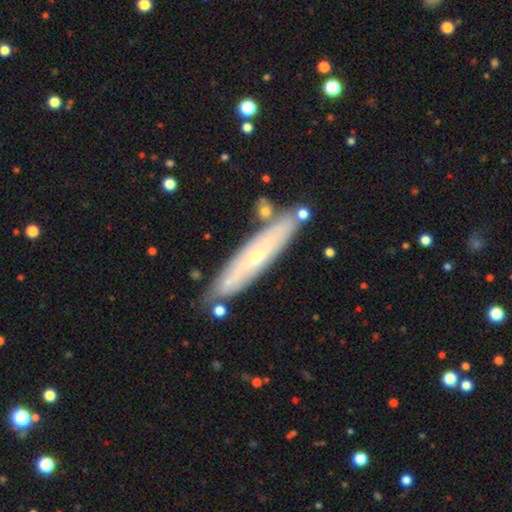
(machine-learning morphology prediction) Smooth or featured: featured or disk — 65% (smooth — 29%)
Edge-on disk: yes — 60% (no — 40%)
Merging: none — 81% (minor disturbance — 12%)